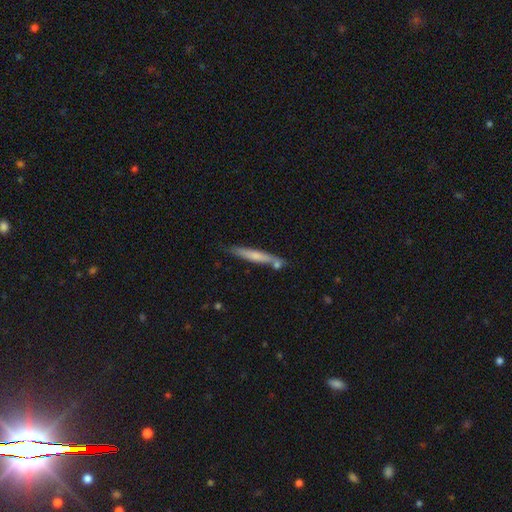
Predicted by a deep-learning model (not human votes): Morphology: type=smooth (59%); roundness=cigar-shaped (93%); merging=none (68%).